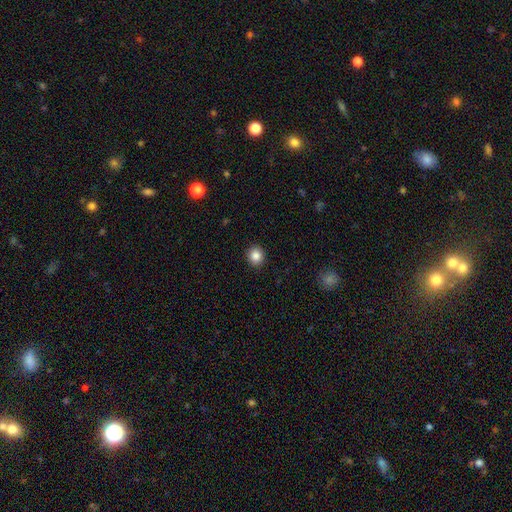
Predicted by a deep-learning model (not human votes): smooth 86%, star or artifact 10%, featured or disk 4%. Down the decision tree: how rounded — round (85%); merging — none (92%).